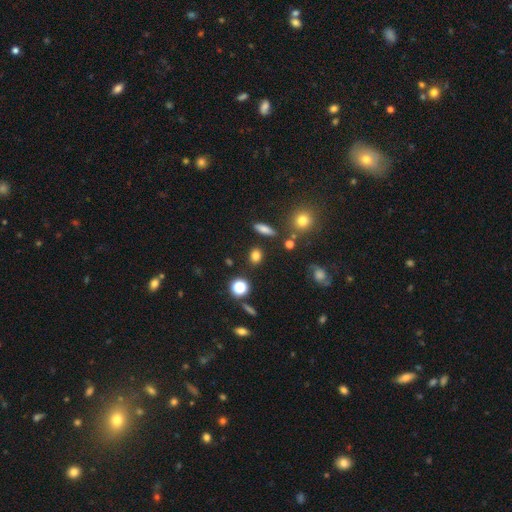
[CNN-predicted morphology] Q: Smooth or featured?
A: smooth (77%); runner-up: star or artifact (16%)
Q: How rounded?
A: round (55%); runner-up: in between (41%)
Q: Merging?
A: none (84%); runner-up: minor disturbance (9%)